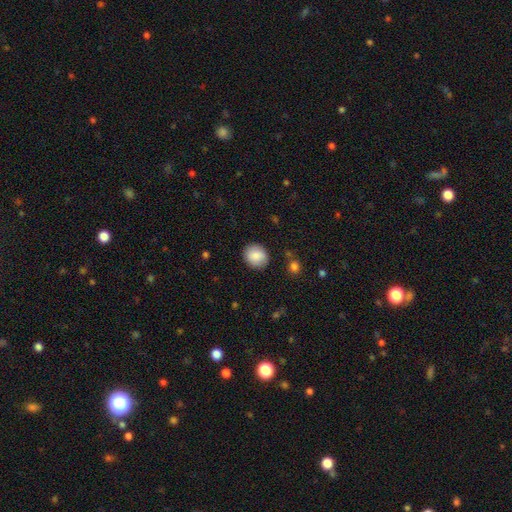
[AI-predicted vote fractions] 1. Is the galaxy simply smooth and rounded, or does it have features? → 86% smooth, 7% star or artifact, 7% featured or disk.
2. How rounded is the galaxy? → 73% round, 26% in between, 1% cigar-shaped.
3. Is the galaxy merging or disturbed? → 87% none, 9% minor disturbance, 3% major disturbance, 1% merger.